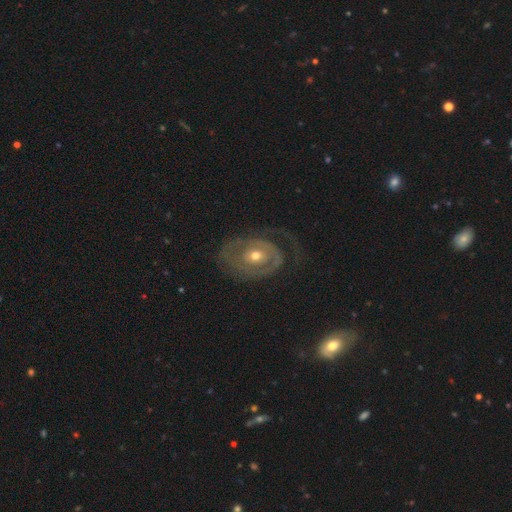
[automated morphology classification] Smooth or featured? featured or disk (76%)
Edge-on disk? no (96%)
Bar? no (75%)
Spiral arms? yes (68%)
Bulge size? moderate (61%)
Merging? none (54%)